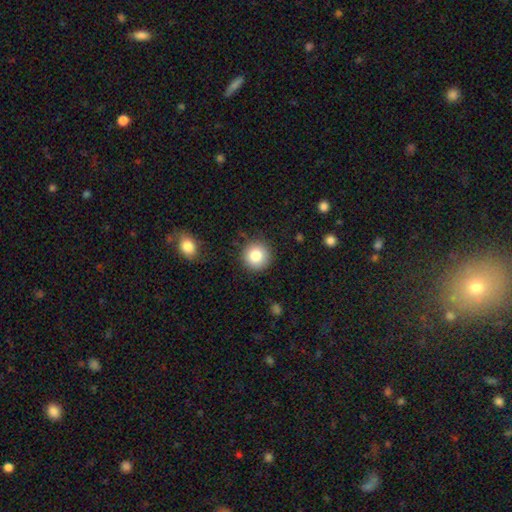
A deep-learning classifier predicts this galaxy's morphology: This appears to be a smooth galaxy with no disk features (83%) that is round (95%). Merging: none (89%).